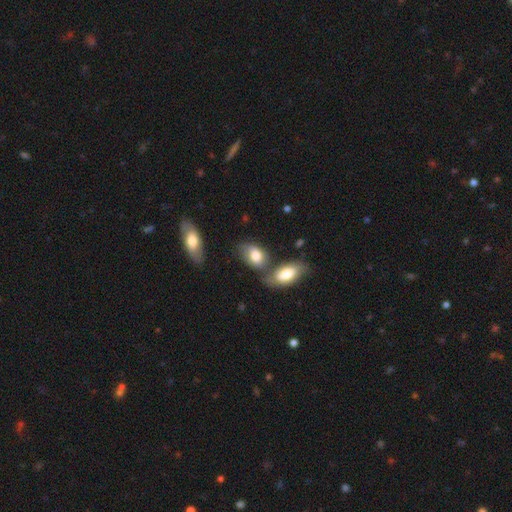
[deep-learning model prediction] smooth_or_featured: smooth (p=0.77) [alt: featured or disk p=0.16]
how_rounded: in between (p=0.88) [alt: round p=0.10]
merging: none (p=0.45) [alt: merger p=0.32]